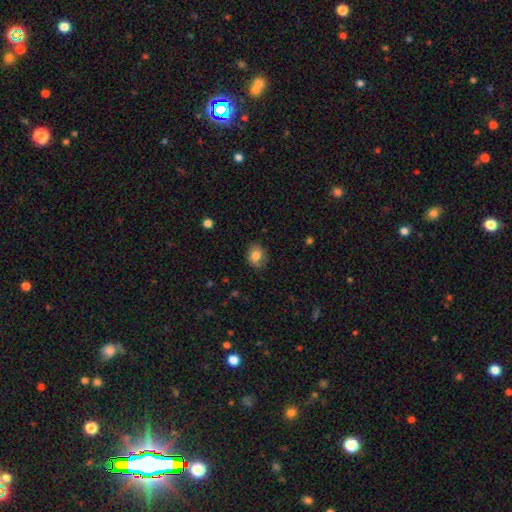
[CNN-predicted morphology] A smooth galaxy with no disk features (80%) that is in between round and cigar-shaped (56%).

Vote fractions:
- Smooth or featured? smooth: 80% / featured or disk: 11% / star or artifact: 9%
- How rounded? in between: 56% / round: 43% / cigar-shaped: 1%
- Merging? none: 80% / minor disturbance: 15% / major disturbance: 3% / merger: 1%